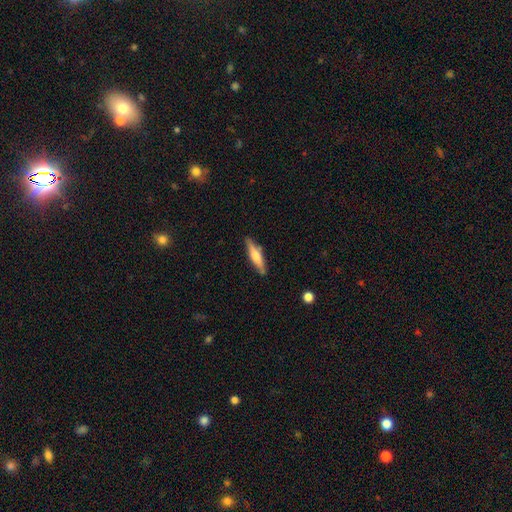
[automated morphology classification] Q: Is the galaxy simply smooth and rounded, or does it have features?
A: smooth — 48%.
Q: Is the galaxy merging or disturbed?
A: none — 84%.